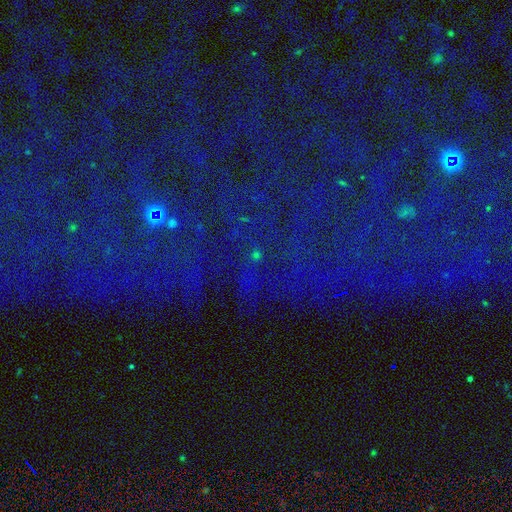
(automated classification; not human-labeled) Smooth or featured? star or artifact (80%)